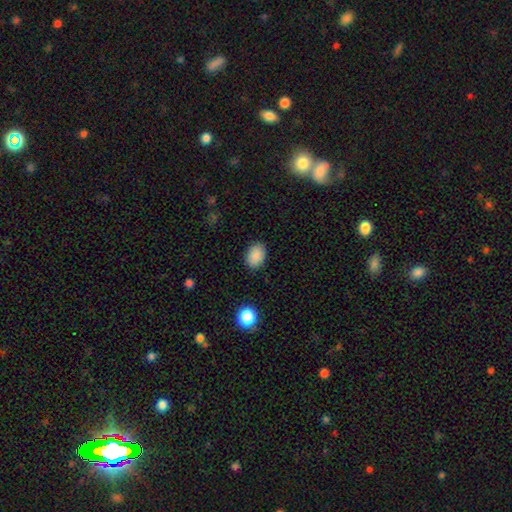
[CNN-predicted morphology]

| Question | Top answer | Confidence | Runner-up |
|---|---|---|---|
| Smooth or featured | smooth | 88% | star or artifact (8%) |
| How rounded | in between | 79% | round (20%) |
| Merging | none | 88% | minor disturbance (9%) |